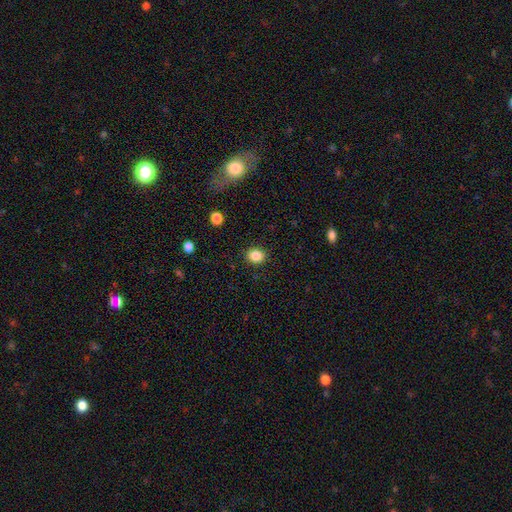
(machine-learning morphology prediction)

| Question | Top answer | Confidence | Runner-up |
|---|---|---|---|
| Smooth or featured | smooth | 85% | star or artifact (10%) |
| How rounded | round | 65% | in between (34%) |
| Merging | none | 89% | minor disturbance (7%) |